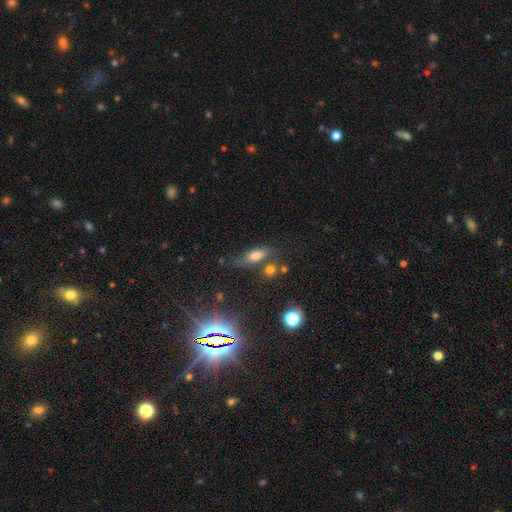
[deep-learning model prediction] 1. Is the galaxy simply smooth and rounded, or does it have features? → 66% smooth, 18% featured or disk, 17% star or artifact.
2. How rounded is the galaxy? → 66% in between, 28% cigar-shaped, 6% round.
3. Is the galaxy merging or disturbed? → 62% none, 18% minor disturbance, 13% merger, 7% major disturbance.